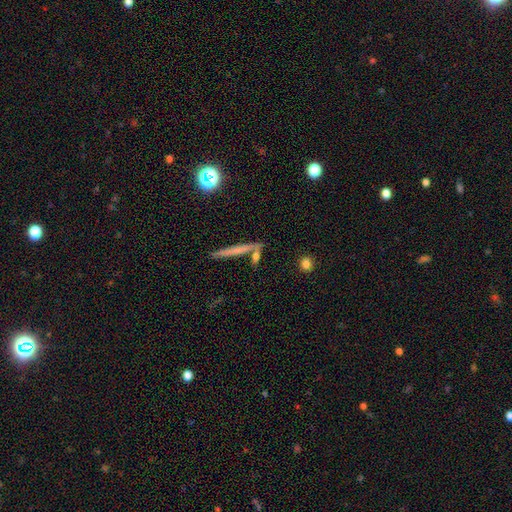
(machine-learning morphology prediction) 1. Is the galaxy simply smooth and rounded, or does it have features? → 63% smooth, 27% featured or disk, 10% star or artifact.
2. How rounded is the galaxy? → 70% cigar-shaped, 20% in between, 10% round.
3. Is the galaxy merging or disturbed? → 65% none, 21% merger, 10% minor disturbance, 4% major disturbance.